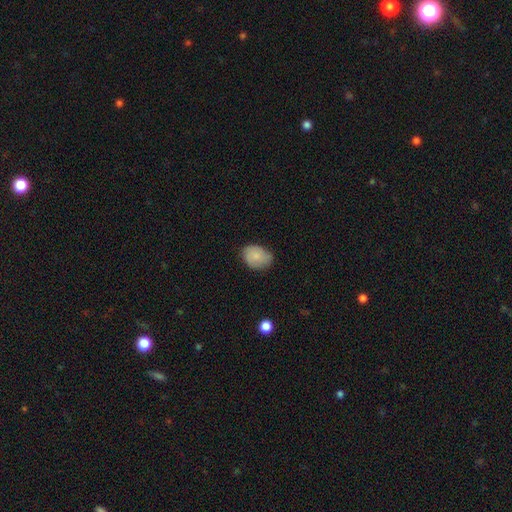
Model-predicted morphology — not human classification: The model was most divided on "how rounded": in between: 68%, round: 31%, cigar-shaped: 1%. More confident: smooth or featured — smooth (81%); merging — none (68%).